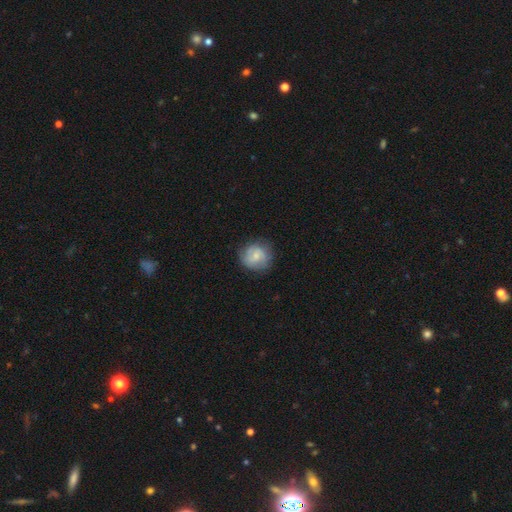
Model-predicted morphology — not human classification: Smooth or featured?
  - smooth: 61% *
  - featured or disk: 32%
  - star or artifact: 7%
How rounded?
  - round: 86% *
  - in between: 13%
  - cigar-shaped: 1%
Merging?
  - none: 75% *
  - minor disturbance: 18%
  - major disturbance: 6%
  - merger: 1%